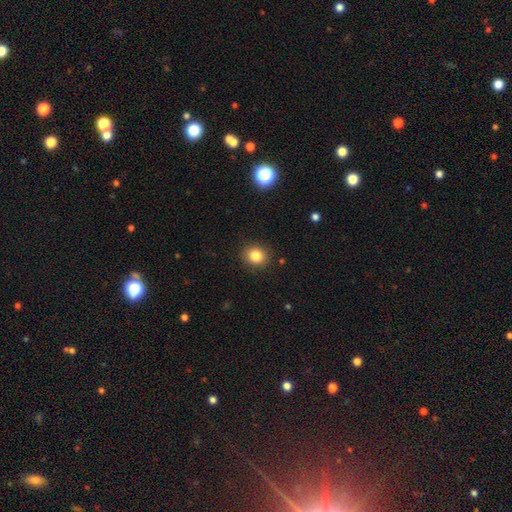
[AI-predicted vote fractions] smooth 83%, star or artifact 11%, featured or disk 6%. Down the decision tree: how rounded — round (73%); merging — none (90%).